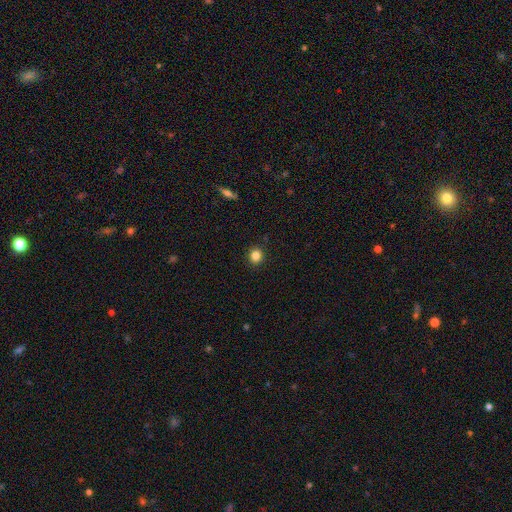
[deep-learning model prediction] smooth 84%, star or artifact 12%, featured or disk 5%. Down the decision tree: how rounded — round (89%); merging — none (92%).